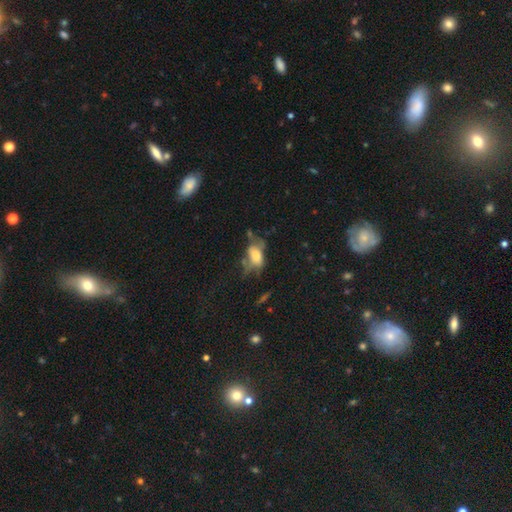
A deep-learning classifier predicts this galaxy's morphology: Smooth or featured? smooth (59%)
How rounded? in between (88%)
Merging? none (32%)